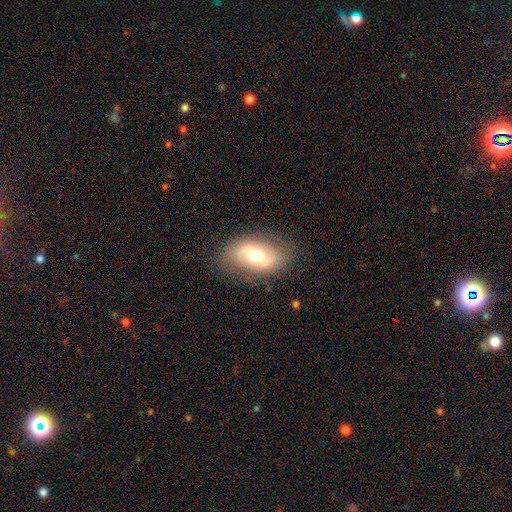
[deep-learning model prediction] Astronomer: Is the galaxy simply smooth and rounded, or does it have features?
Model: featured or disk — 48% (runner-up: smooth, 44%).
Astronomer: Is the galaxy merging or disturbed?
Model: none — 79%.